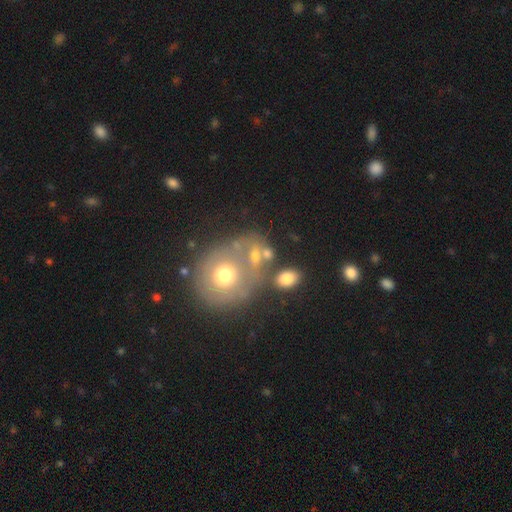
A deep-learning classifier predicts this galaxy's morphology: A smooth galaxy with no disk features (43%). Merging: none (46%).